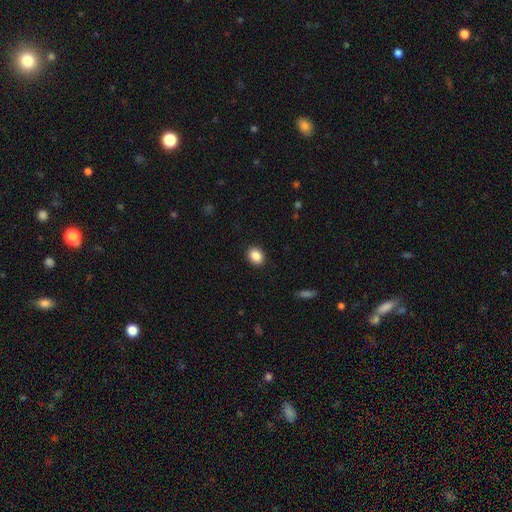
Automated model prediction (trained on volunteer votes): Smooth or featured?
  - smooth: 88% *
  - star or artifact: 8%
  - featured or disk: 4%
How rounded?
  - in between: 58% *
  - round: 41%
  - cigar-shaped: 1%
Merging?
  - none: 90% *
  - minor disturbance: 7%
  - major disturbance: 2%
  - merger: 1%